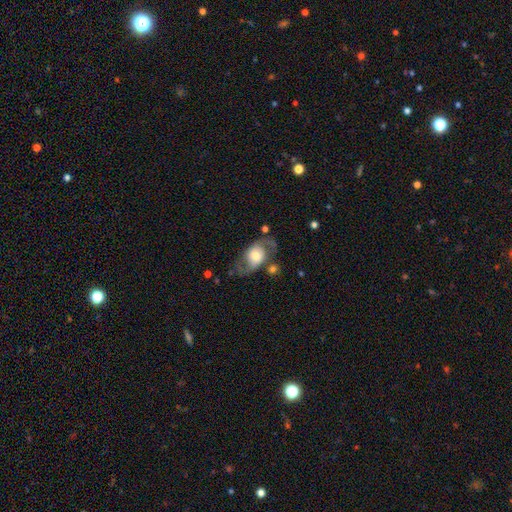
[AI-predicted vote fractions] featured or disk 60%, smooth 33%, star or artifact 7%. Down the decision tree: edge-on disk — no (92%); bar — no (68%); spiral arms — yes (71%); bulge size — moderate (43%); merging — none (60%).